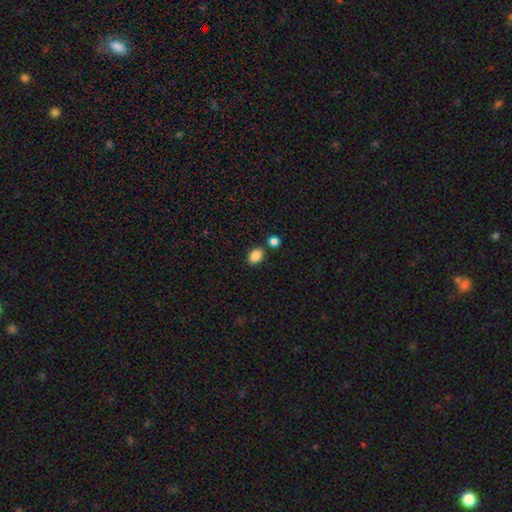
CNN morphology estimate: Q: Smooth or featured?
A: smooth (87%); runner-up: star or artifact (9%)
Q: How rounded?
A: in between (69%); runner-up: round (30%)
Q: Merging?
A: none (75%); runner-up: merger (11%)